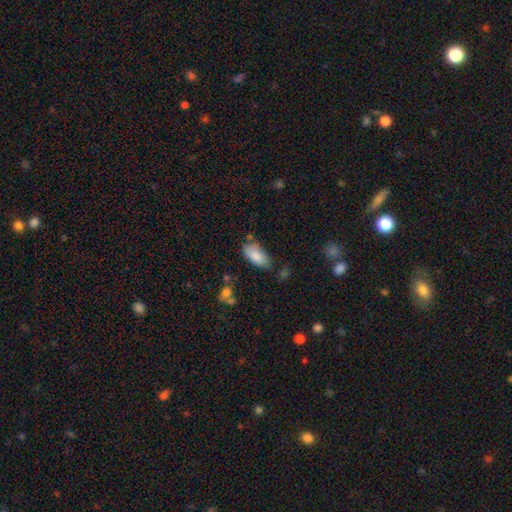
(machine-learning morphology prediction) Smooth or featured?
  - smooth: 85% *
  - featured or disk: 9%
  - star or artifact: 7%
How rounded?
  - in between: 92% *
  - cigar-shaped: 6%
  - round: 2%
Merging?
  - none: 65% *
  - minor disturbance: 24%
  - major disturbance: 6%
  - merger: 6%